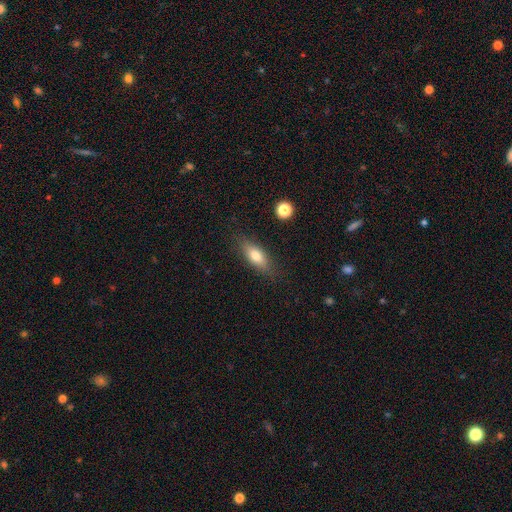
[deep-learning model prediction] Smooth or featured?
  - smooth: 73% *
  - featured or disk: 19%
  - star or artifact: 8%
How rounded?
  - in between: 68% *
  - cigar-shaped: 28%
  - round: 4%
Merging?
  - none: 82% *
  - minor disturbance: 13%
  - major disturbance: 3%
  - merger: 2%